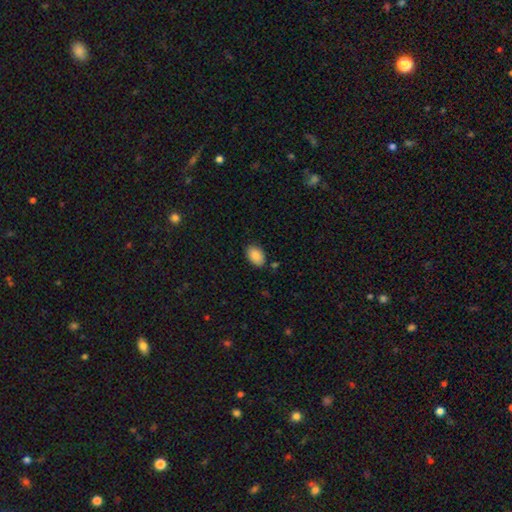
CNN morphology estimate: This is clearly a smooth galaxy (86%). How rounded: clearly in between (89%). Merging: clearly none (84%).